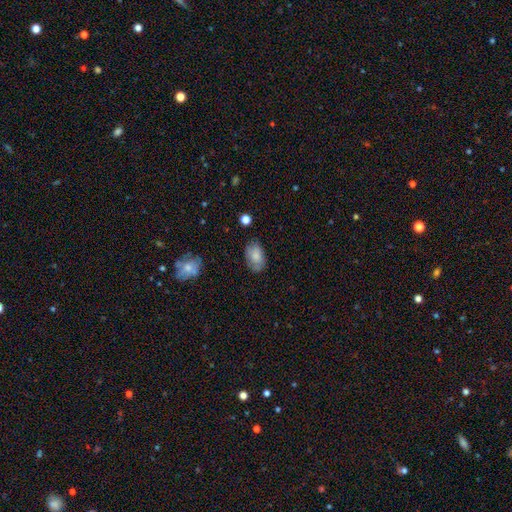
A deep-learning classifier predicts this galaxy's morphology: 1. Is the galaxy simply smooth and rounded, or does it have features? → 77% smooth, 15% featured or disk, 7% star or artifact.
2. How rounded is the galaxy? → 90% in between, 9% round, 2% cigar-shaped.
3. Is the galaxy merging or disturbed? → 73% none, 20% minor disturbance, 5% major disturbance, 2% merger.